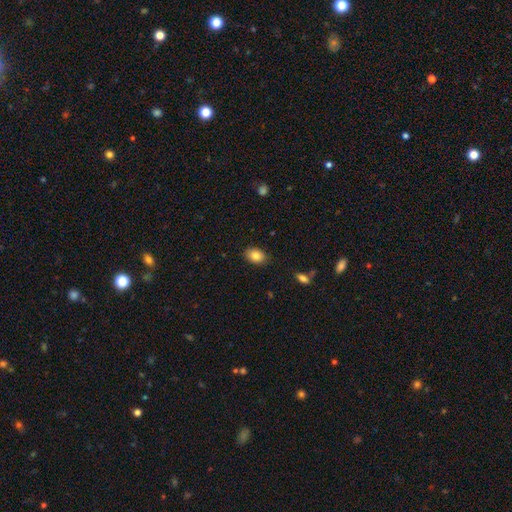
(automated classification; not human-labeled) Overall: smooth (84%). How rounded: in between (79%). Merging: none (87%).